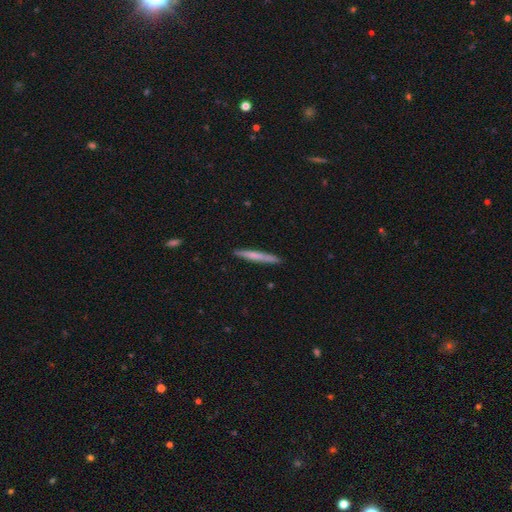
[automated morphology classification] This is likely a smooth galaxy (61%). How rounded: clearly cigar-shaped (97%). Merging: clearly none (90%).